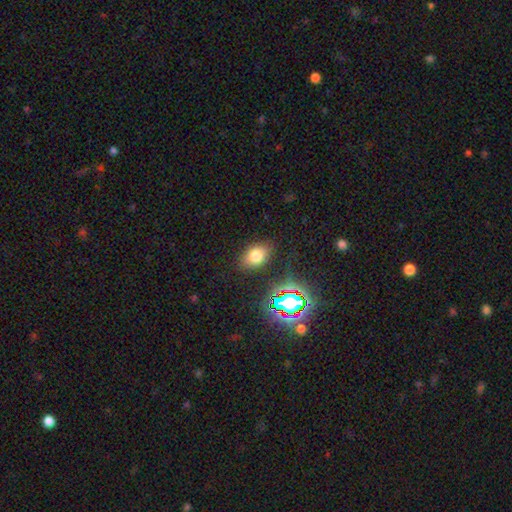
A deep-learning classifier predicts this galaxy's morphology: Smooth or featured? Predicted: smooth (p=0.72). How rounded? Predicted: in between (p=0.79). Merging? Predicted: none (p=0.83).